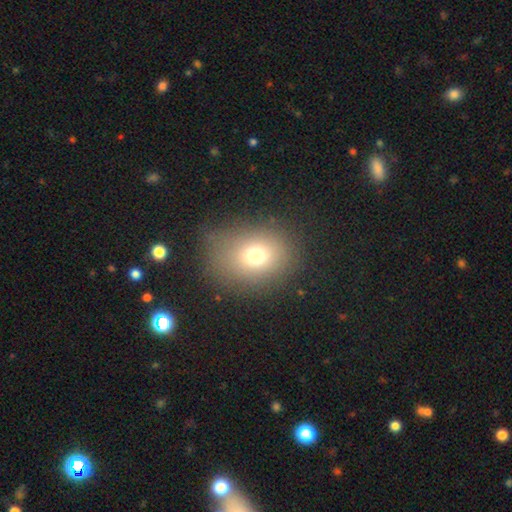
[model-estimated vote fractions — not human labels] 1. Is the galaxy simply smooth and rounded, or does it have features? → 72% smooth, 16% star or artifact, 13% featured or disk.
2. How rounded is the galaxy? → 53% in between, 46% round, 1% cigar-shaped.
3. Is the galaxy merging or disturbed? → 78% none, 13% minor disturbance, 7% major disturbance, 2% merger.